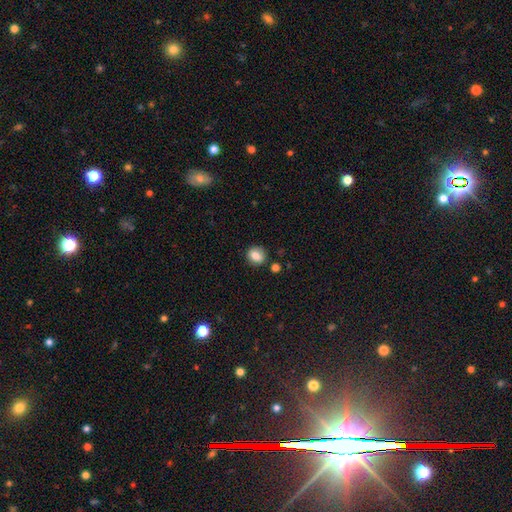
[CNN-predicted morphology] Smooth or featured: smooth — 83% (star or artifact — 9%)
How rounded: round — 63% (in between — 35%)
Merging: none — 80% (minor disturbance — 12%)